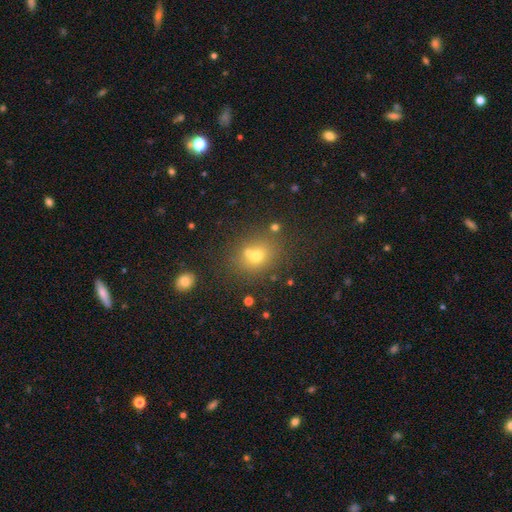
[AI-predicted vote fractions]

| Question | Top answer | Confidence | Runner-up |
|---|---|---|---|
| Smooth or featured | smooth | 64% | star or artifact (20%) |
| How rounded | round | 67% | in between (32%) |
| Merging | none | 58% | merger (28%) |